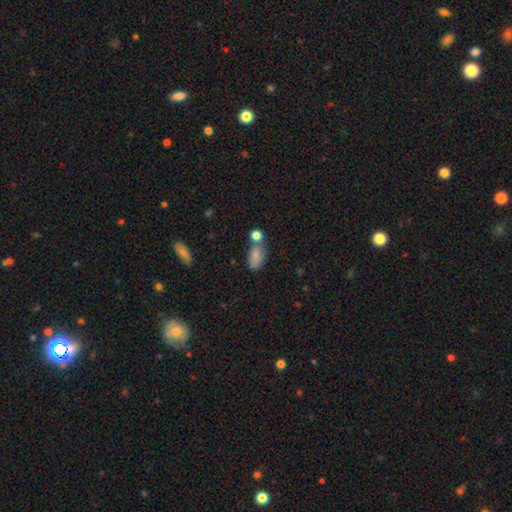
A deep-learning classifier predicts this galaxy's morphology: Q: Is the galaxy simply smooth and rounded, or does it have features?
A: smooth — 79%.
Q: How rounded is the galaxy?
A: in between — 87%.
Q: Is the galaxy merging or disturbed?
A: none — 44%.